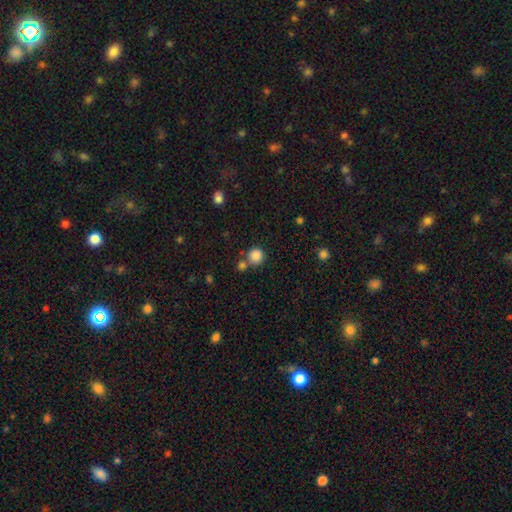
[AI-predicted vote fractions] Morphology: type=smooth (85%); roundness=round (91%); merging=none (64%).